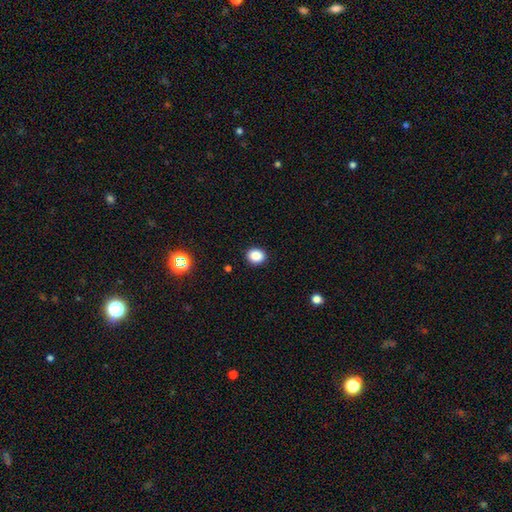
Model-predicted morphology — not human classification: A smooth galaxy with no disk features (85%) that is round (71%).

Vote fractions:
- Smooth or featured? smooth: 85% / star or artifact: 11% / featured or disk: 4%
- How rounded? round: 71% / in between: 29% / cigar-shaped: 1%
- Merging? none: 91% / minor disturbance: 6% / major disturbance: 2% / merger: 1%